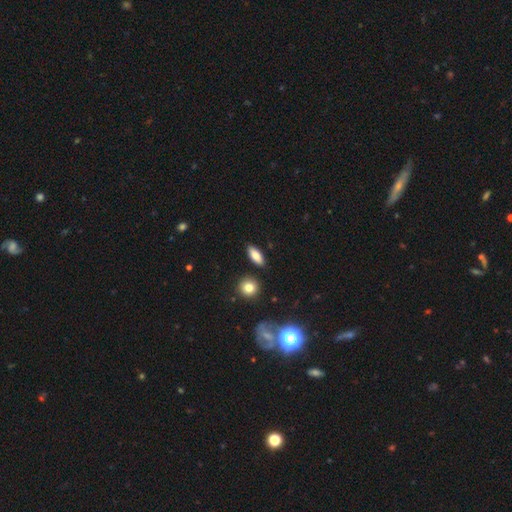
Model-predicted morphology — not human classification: The model was most divided on "how rounded": in between: 74%, cigar-shaped: 22%, round: 4%. More confident: merging — none (87%); smooth or featured — smooth (79%).